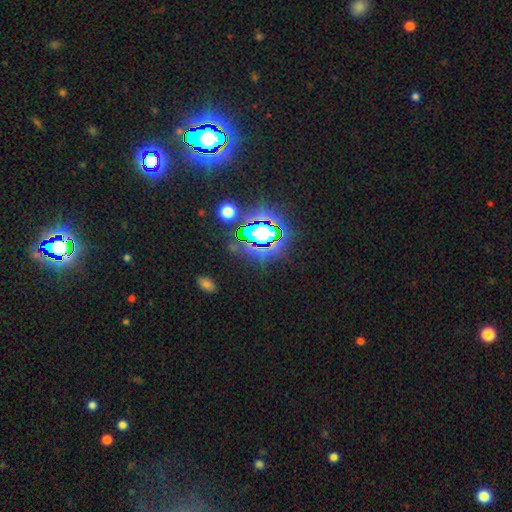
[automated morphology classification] A star or artifact, not a galaxy (82%).

Vote fractions:
- Smooth or featured? star or artifact: 82% / smooth: 11% / featured or disk: 7%